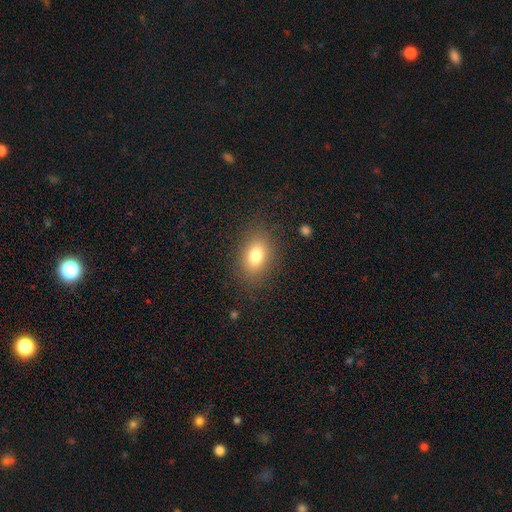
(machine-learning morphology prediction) A smooth galaxy with no disk features (77%) that is in between round and cigar-shaped (75%). Merging: none (84%).